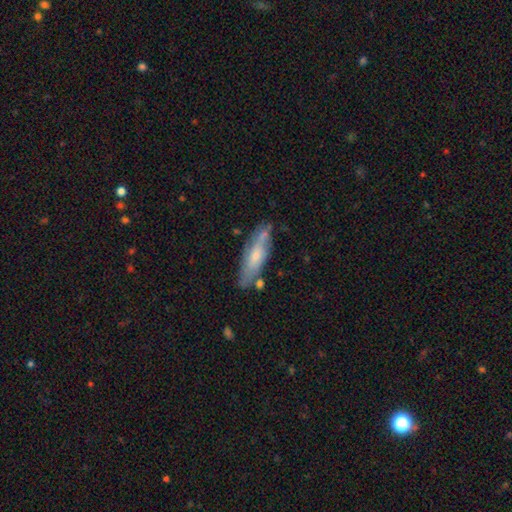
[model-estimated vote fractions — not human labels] smooth-or-featured: featured or disk: 50% | smooth: 44% | star or artifact: 6%
  merging: none: 68% | minor disturbance: 21% | merger: 6% | major disturbance: 5%